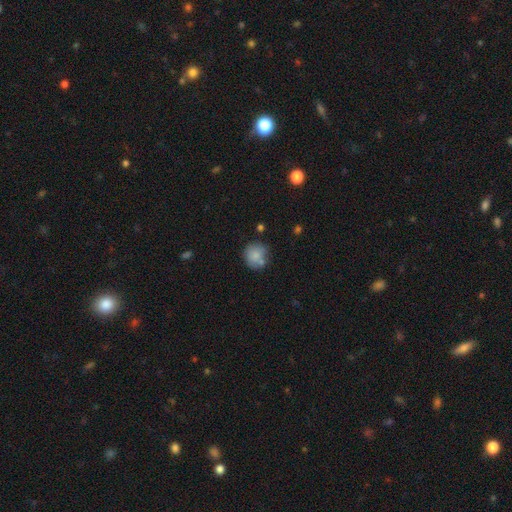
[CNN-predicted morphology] Overall: smooth (79%). How rounded: round (85%). Merging: none (62%).